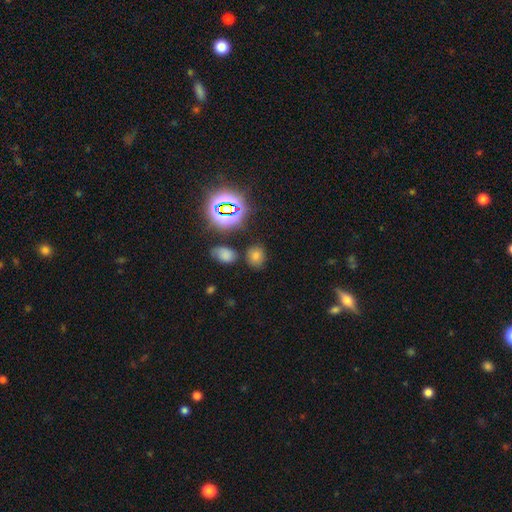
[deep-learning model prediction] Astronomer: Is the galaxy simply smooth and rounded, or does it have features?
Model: smooth — 61%.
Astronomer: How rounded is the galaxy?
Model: round — 52% (runner-up: in between, 47%).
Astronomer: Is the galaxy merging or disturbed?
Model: none — 78%.